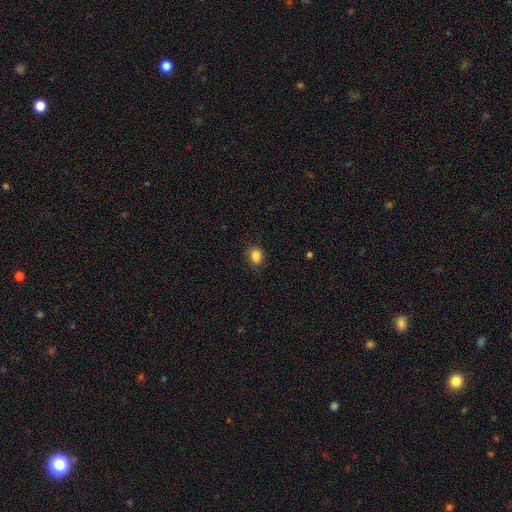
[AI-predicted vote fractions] Smooth or featured? Predicted: smooth (p=0.85). How rounded? Predicted: in between (p=0.55). Merging? Predicted: none (p=0.77).